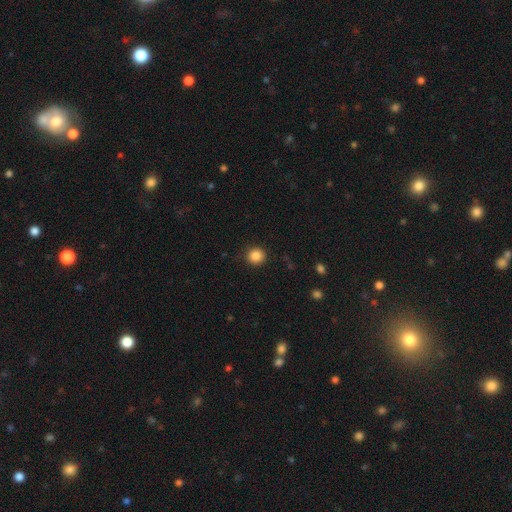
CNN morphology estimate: Q: Smooth or featured?
A: smooth (86%); runner-up: star or artifact (10%)
Q: How rounded?
A: round (93%); runner-up: in between (7%)
Q: Merging?
A: none (89%); runner-up: minor disturbance (7%)